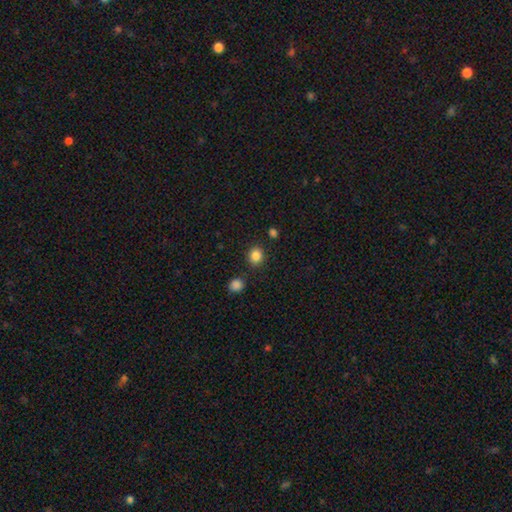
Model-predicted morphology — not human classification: This appears to be a smooth galaxy with no disk features (86%) that is round (79%). Merging: none (85%).